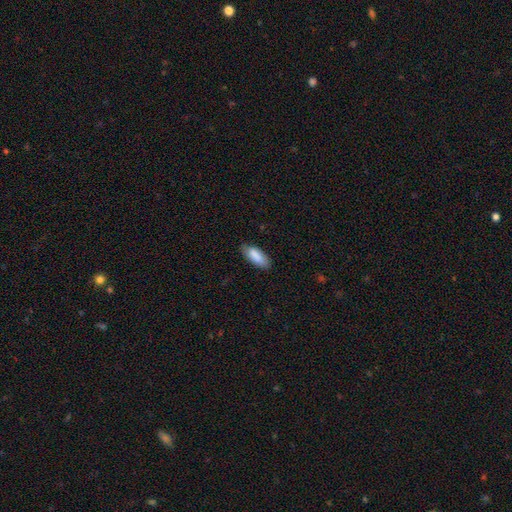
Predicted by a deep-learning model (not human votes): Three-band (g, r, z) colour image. It shows a smooth galaxy with no disk features (87%) that is in between round and cigar-shaped (82%). Merging: none (79%).